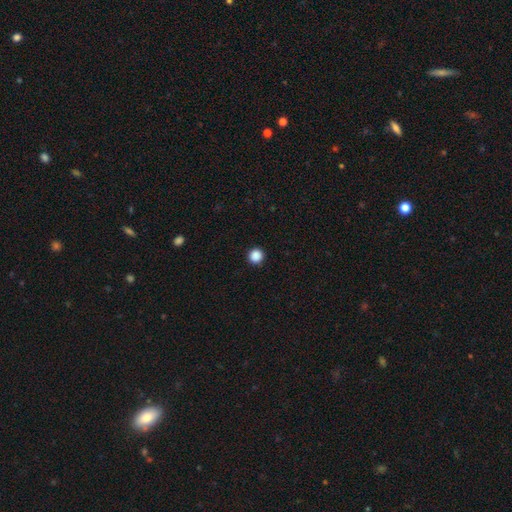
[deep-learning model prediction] Q: Smooth or featured?
A: smooth (88%); runner-up: star or artifact (10%)
Q: How rounded?
A: round (96%); runner-up: in between (3%)
Q: Merging?
A: none (93%); runner-up: minor disturbance (4%)